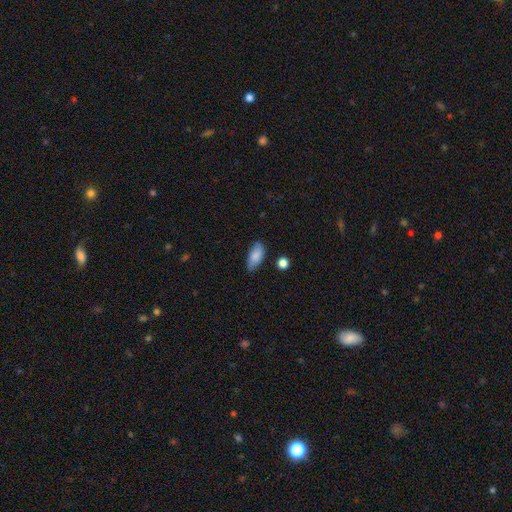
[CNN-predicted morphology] The model was most divided on "merging": none: 75%, minor disturbance: 18%, major disturbance: 4%, merger: 3%. More confident: how rounded — in between (87%); smooth or featured — smooth (85%).